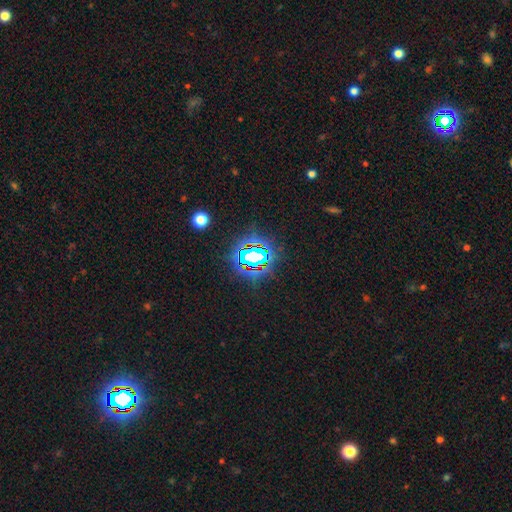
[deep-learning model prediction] A star or artifact, not a galaxy (75%).

Vote fractions:
- Smooth or featured? star or artifact: 75% / smooth: 14% / featured or disk: 11%